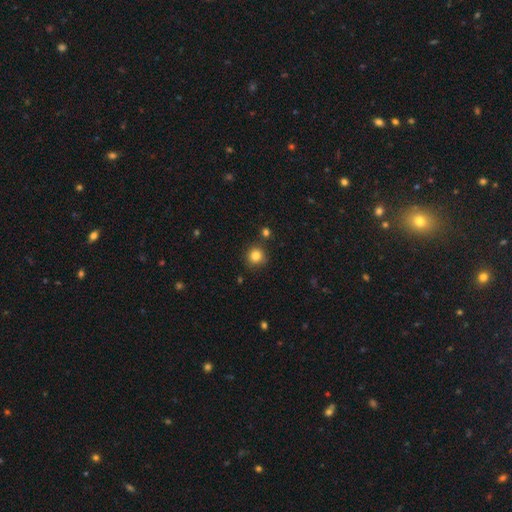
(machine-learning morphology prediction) Overall: smooth (83%). How rounded: round (92%). Merging: none (84%).